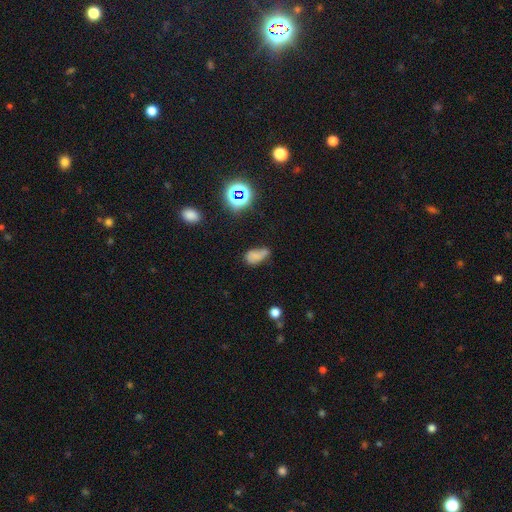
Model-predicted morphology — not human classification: type=smooth (63%); roundness=in between (86%); merging=none (35%).